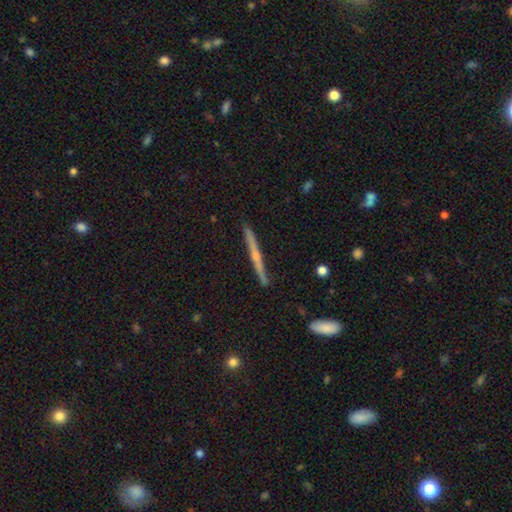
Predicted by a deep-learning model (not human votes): This is likely a featured or disk galaxy (67%). It is clearly viewed edge-on (98%). Edge-on bulge: possibly rounded (57%). Merging: clearly none (89%).